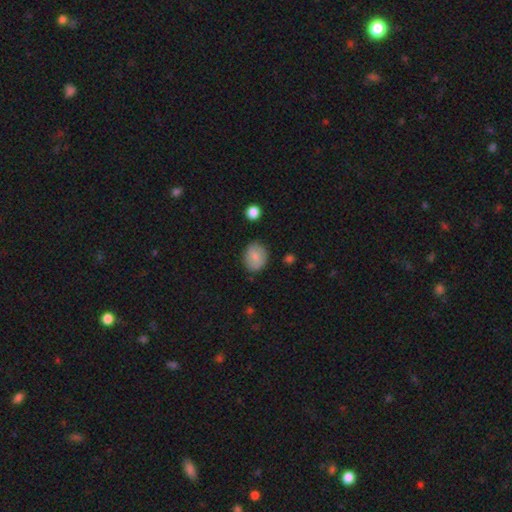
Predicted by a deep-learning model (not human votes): Smooth or featured: smooth — 77% (featured or disk — 16%)
How rounded: round — 53% (in between — 46%)
Merging: none — 81% (minor disturbance — 15%)